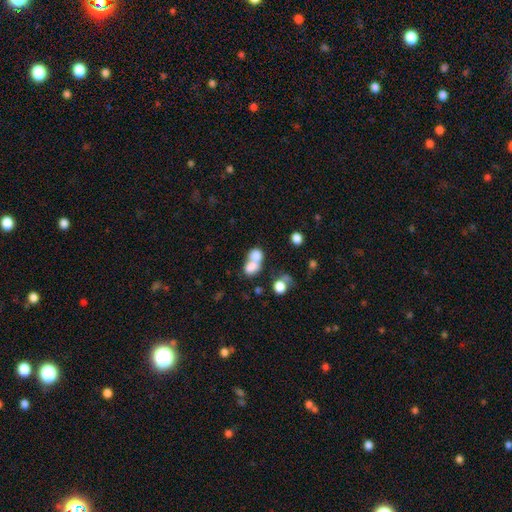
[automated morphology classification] Q: Smooth or featured?
A: smooth (75%); runner-up: featured or disk (15%)
Q: How rounded?
A: in between (53%); runner-up: round (45%)
Q: Merging?
A: merger (70%); runner-up: none (19%)